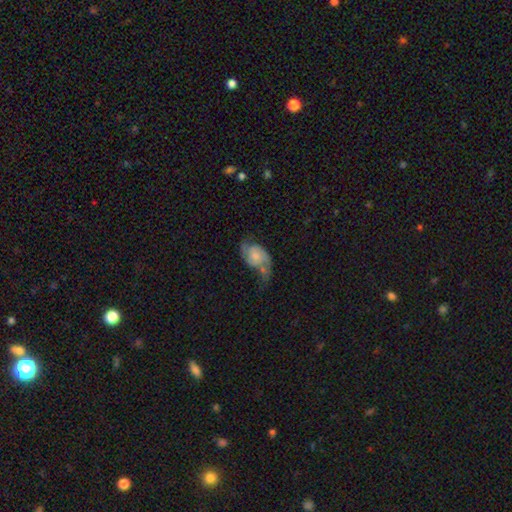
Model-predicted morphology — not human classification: type=featured or disk (72%); edge-on=no (97%); bar=no (69%); spiral arms=yes (91%); winding=loose (48%); arm count=2 (86%); bulge=small (43%); merging=none (40%).